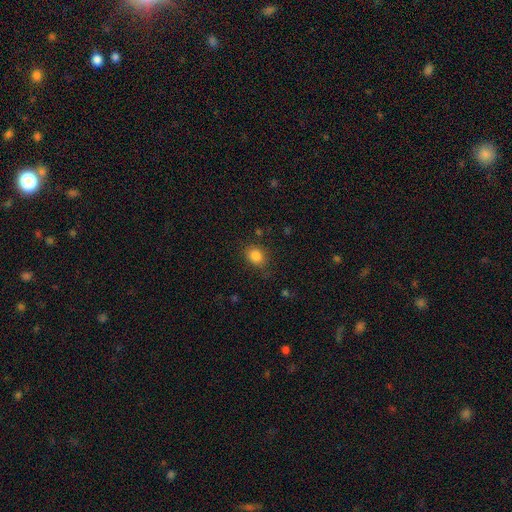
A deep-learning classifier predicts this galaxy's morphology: smooth 84%, star or artifact 11%, featured or disk 5%. Down the decision tree: how rounded — in between (59%); merging — none (82%).